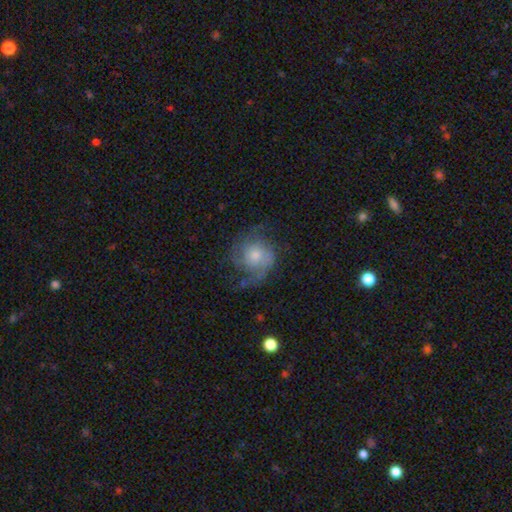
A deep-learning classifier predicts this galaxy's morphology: Q: Smooth or featured?
A: featured or disk (67%); runner-up: smooth (25%)
Q: Edge-on disk?
A: no (98%); runner-up: yes (2%)
Q: Bar?
A: no (76%); runner-up: weak (21%)
Q: Spiral arms?
A: yes (89%); runner-up: no (11%)
Q: Spiral winding?
A: medium (44%); runner-up: tight (30%)
Q: Spiral arm count?
A: 2 (39%); runner-up: can't tell (24%)
Q: Bulge size?
A: moderate (48%); runner-up: small (35%)
Q: Merging?
A: none (57%); runner-up: minor disturbance (22%)